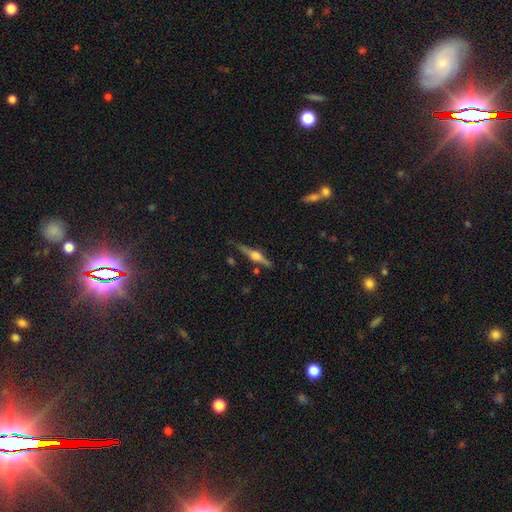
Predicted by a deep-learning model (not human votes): This appears to be a featured or disk galaxy (73%) viewed edge-on (97%) with a rounded central bulge (90%). Merging: none (81%).